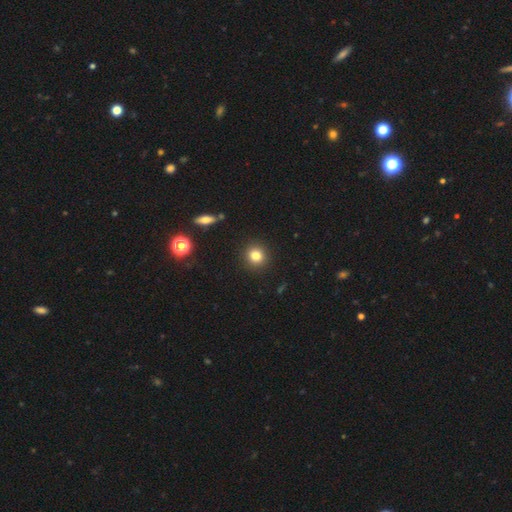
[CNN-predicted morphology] A smooth galaxy with no disk features (81%) that is round (90%). Merging: none (91%).